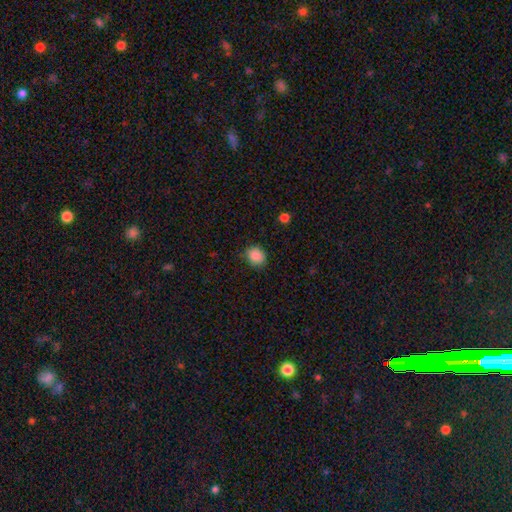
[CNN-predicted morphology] A smooth galaxy with no disk features (86%) that is round (69%). Merging: none (83%).